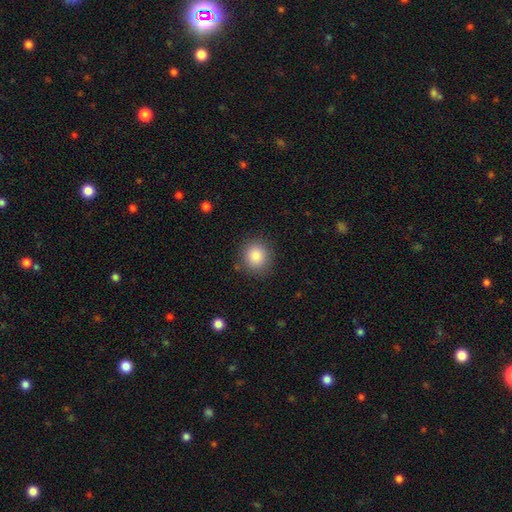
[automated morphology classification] Smooth or featured? smooth (86%)
How rounded? round (89%)
Merging? none (87%)